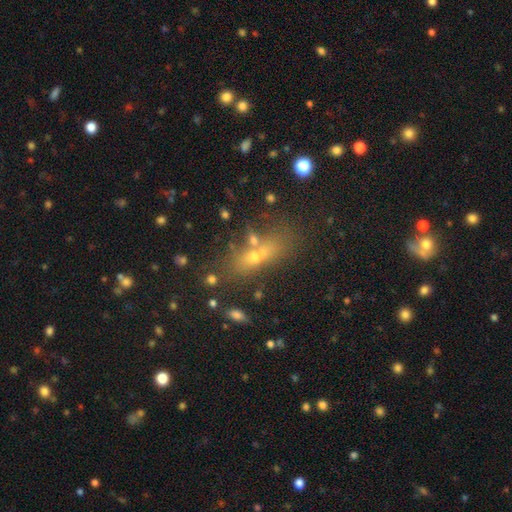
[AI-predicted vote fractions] Q: Smooth or featured?
A: smooth (54%); runner-up: featured or disk (26%)
Q: How rounded?
A: in between (48%); runner-up: cigar-shaped (41%)
Q: Merging?
A: none (52%); runner-up: merger (23%)